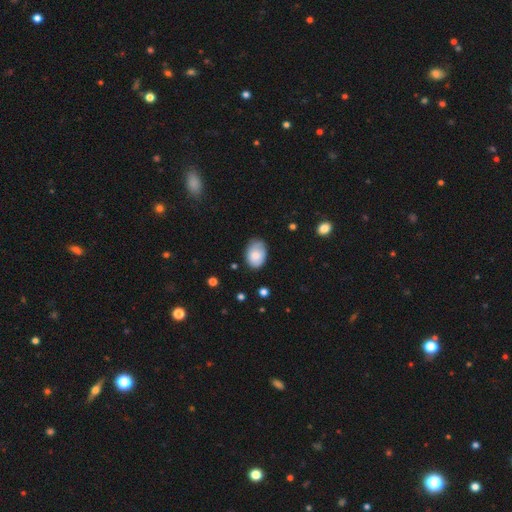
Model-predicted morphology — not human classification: Smooth or featured? Predicted: smooth (p=0.77). How rounded? Predicted: in between (p=0.83). Merging? Predicted: none (p=0.71).